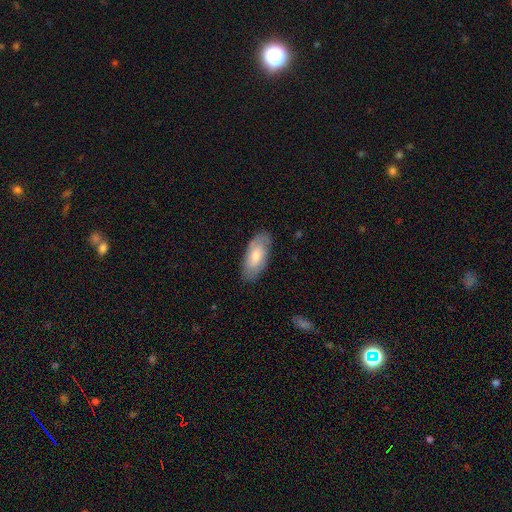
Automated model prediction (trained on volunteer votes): The model was most divided on "smooth or featured": smooth: 66%, featured or disk: 28%, star or artifact: 6%. More confident: how rounded — in between (87%); merging — none (82%).